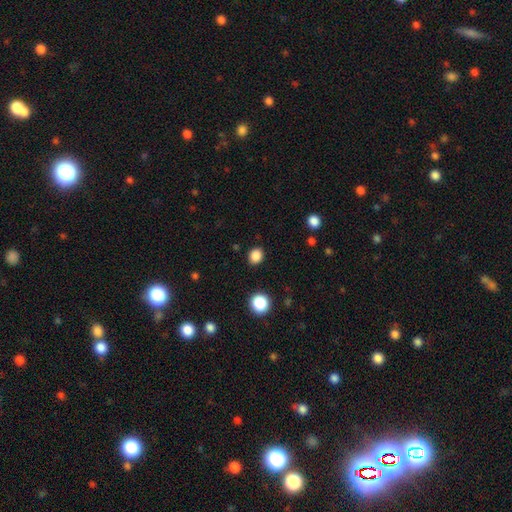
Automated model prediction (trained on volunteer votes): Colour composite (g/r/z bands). It shows a smooth galaxy with no disk features (85%) that is round (66%). Merging: none (89%).